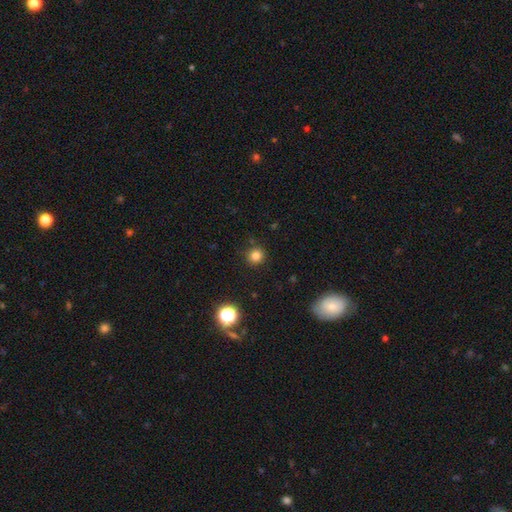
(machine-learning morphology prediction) smooth_or_featured: smooth (p=0.81) [alt: star or artifact p=0.14]
how_rounded: round (p=0.94) [alt: in between p=0.05]
merging: none (p=0.89) [alt: minor disturbance p=0.07]